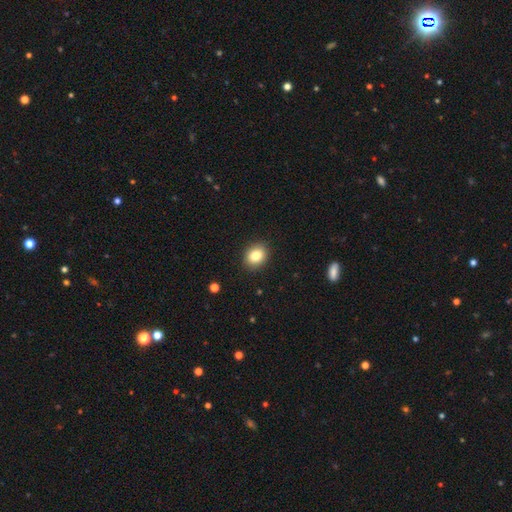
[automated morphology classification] Overall: smooth (83%). How rounded: round (53%; in between 46%). Merging: none (90%).